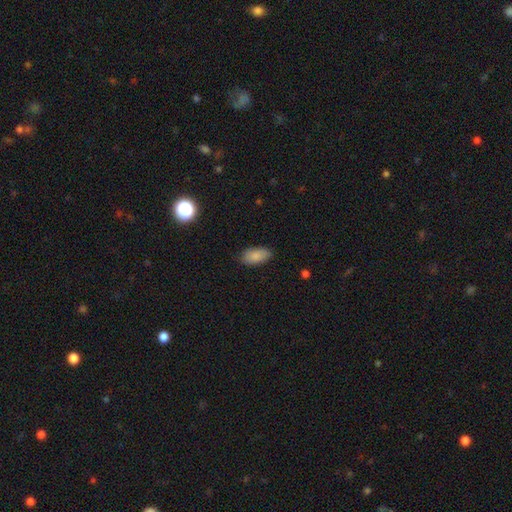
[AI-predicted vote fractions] This appears to be a smooth galaxy with no disk features (86%) that is in between round and cigar-shaped (93%). Merging: none (82%).